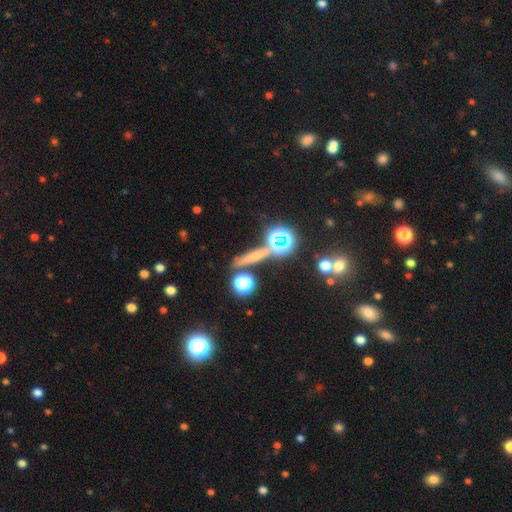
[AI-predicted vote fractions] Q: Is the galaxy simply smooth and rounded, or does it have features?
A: smooth — 42%.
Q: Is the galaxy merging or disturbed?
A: none — 78%.